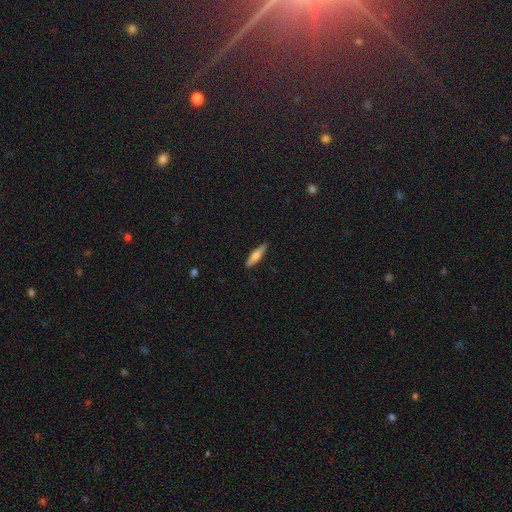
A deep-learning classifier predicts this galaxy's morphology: This appears to be a smooth galaxy with no disk features (58%) that is cigar-shaped (83%). Merging: none (90%).